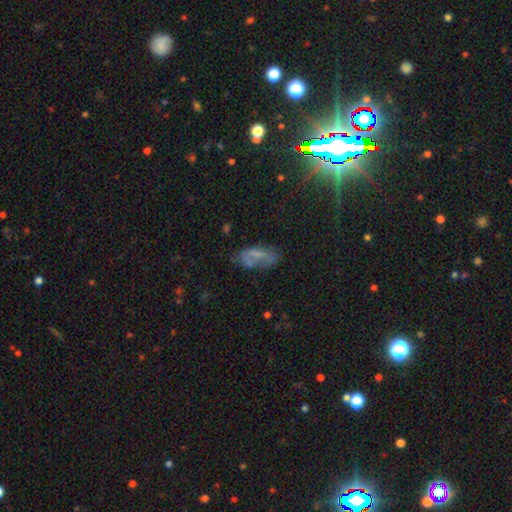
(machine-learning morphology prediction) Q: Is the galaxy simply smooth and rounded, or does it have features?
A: smooth — 53%.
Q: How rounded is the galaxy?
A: in between — 85%.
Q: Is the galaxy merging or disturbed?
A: none — 50%.